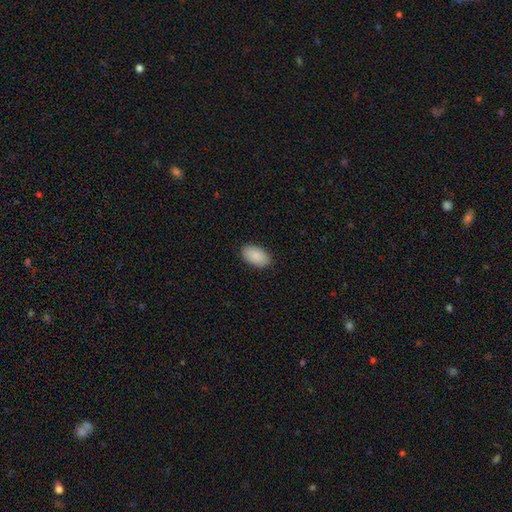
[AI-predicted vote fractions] Smooth or featured?
  - smooth: 90% *
  - star or artifact: 6%
  - featured or disk: 4%
How rounded?
  - in between: 95% *
  - round: 3%
  - cigar-shaped: 1%
Merging?
  - none: 90% *
  - minor disturbance: 8%
  - major disturbance: 2%
  - merger: 1%